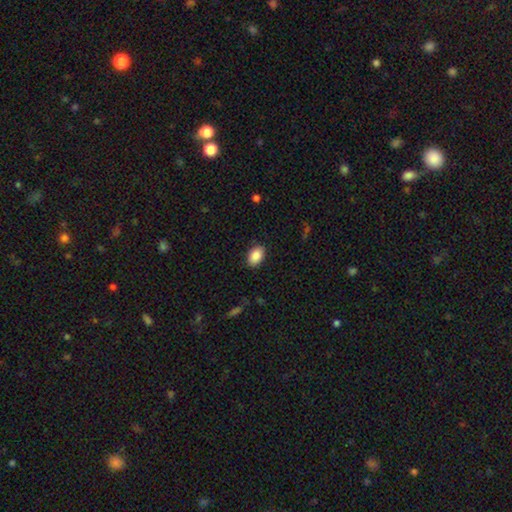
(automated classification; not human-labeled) Morphology: type=smooth (89%); roundness=in between (88%); merging=none (88%).